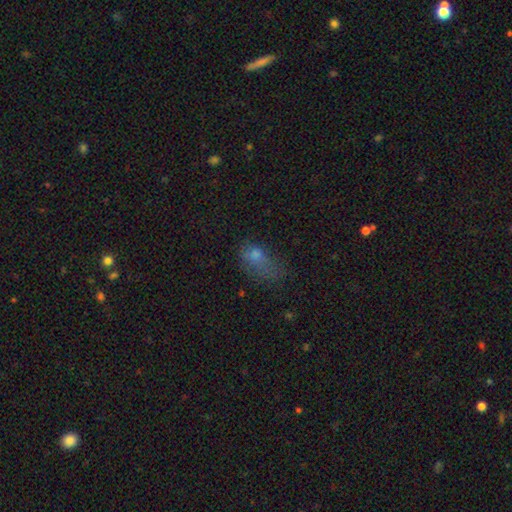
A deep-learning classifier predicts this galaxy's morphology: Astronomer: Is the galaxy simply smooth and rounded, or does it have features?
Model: smooth — 64%.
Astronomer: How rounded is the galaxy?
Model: in between — 80%.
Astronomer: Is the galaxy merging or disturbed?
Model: major disturbance — 40% (runner-up: minor disturbance, 29%).